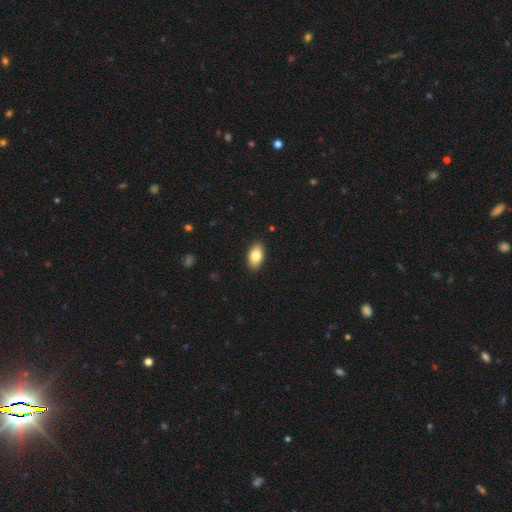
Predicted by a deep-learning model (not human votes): This appears to be a smooth galaxy with no disk features (81%) that is in between round and cigar-shaped (93%). Merging: none (89%).